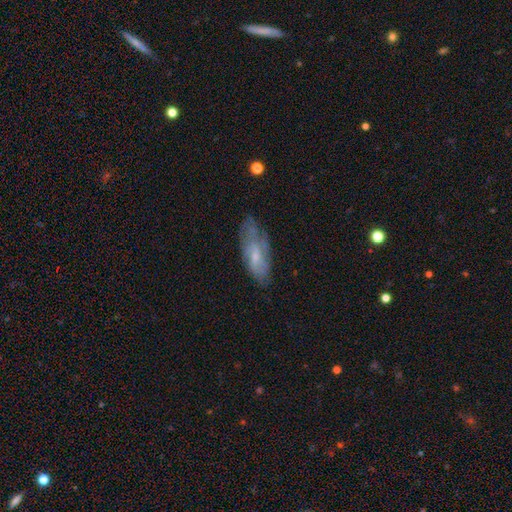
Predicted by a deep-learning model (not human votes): A featured or disk galaxy (51%).

Vote fractions:
- Smooth or featured? featured or disk: 51% / smooth: 41% / star or artifact: 8%
- Edge-on disk? no: 85% / yes: 15%
- Merging? none: 57% / minor disturbance: 29% / major disturbance: 12% / merger: 2%